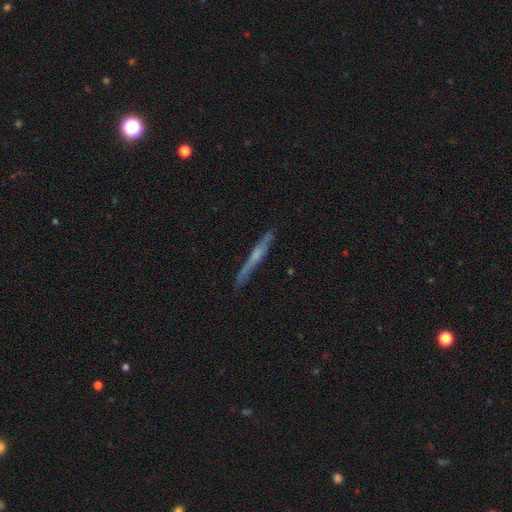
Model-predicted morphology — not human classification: smooth_or_featured: featured or disk (p=0.56) [alt: smooth p=0.37]
disk_edge_on: yes (p=0.94) [alt: no p=0.06]
edge_on_bulge: none (p=0.57) [alt: rounded p=0.34]
merging: none (p=0.82) [alt: minor disturbance p=0.13]